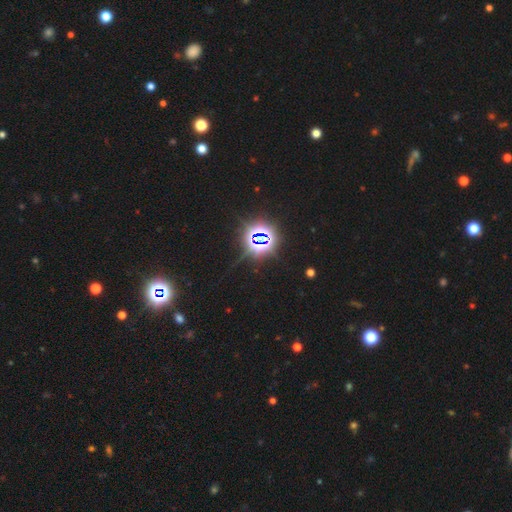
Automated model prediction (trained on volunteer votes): This is clearly a star or artifact rather than a galaxy (85%).